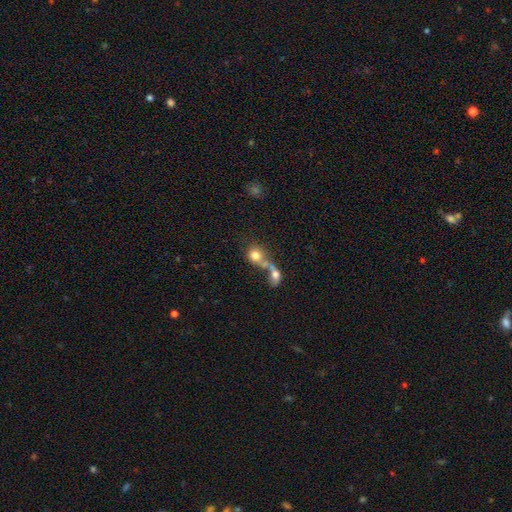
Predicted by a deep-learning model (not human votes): A smooth galaxy with no disk features (76%) that is round (67%).

Vote fractions:
- Smooth or featured? smooth: 76% / featured or disk: 15% / star or artifact: 9%
- How rounded? round: 67% / in between: 31% / cigar-shaped: 2%
- Merging? merger: 61% / none: 23% / major disturbance: 8% / minor disturbance: 7%